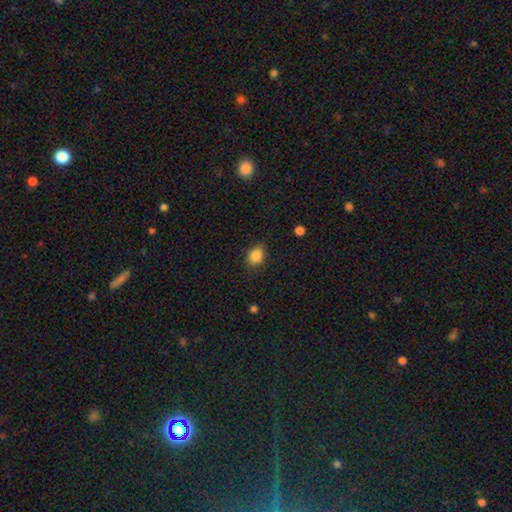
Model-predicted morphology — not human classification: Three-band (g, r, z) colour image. It shows a smooth galaxy with no disk features (86%) that is in between round and cigar-shaped (66%). Merging: none (80%).